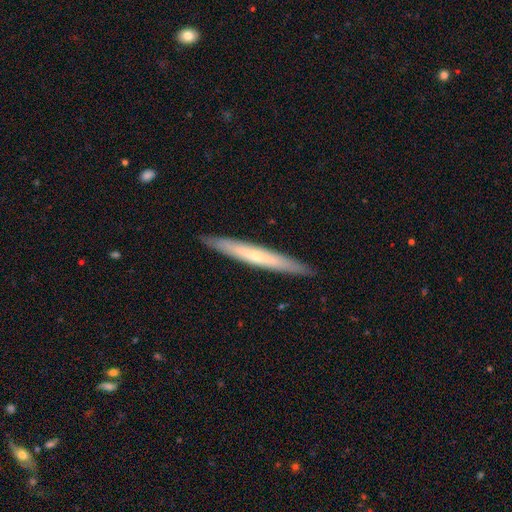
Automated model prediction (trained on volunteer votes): The model was most divided on "smooth or featured": featured or disk: 53%, smooth: 42%, star or artifact: 5%. More confident: edge-on disk — yes (93%); merging — none (91%).